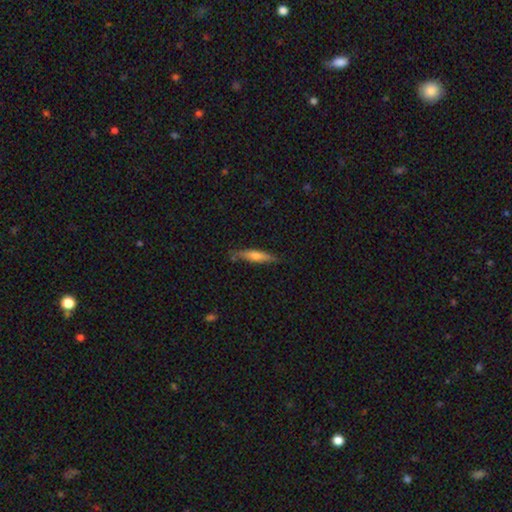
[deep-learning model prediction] Smooth or featured: featured or disk — 47% (smooth — 46%)
Merging: none — 82% (minor disturbance — 14%)